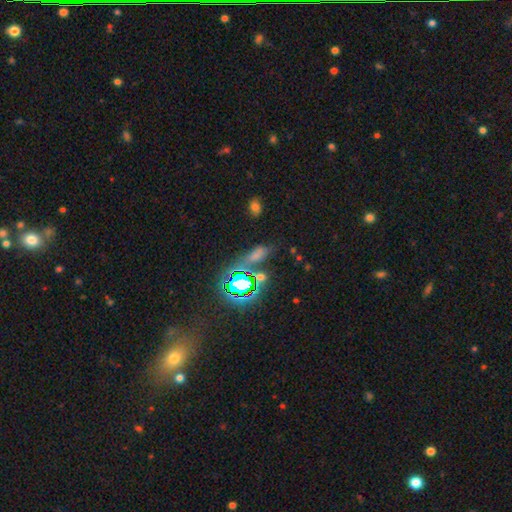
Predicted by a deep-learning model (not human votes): This is possibly a smooth galaxy (47%). Merging: possibly none (55%).